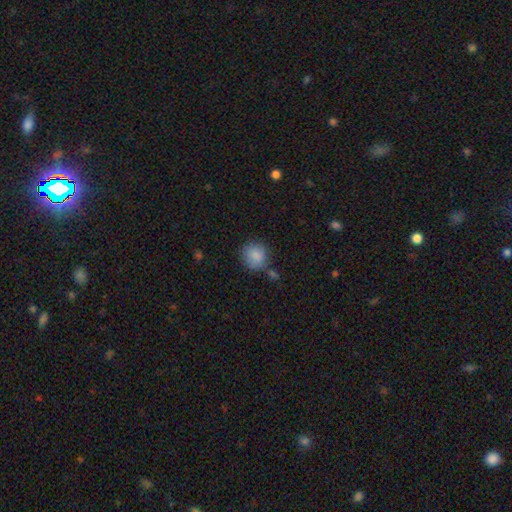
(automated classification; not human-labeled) smooth_or_featured: smooth (p=0.87) [alt: star or artifact p=0.08]
how_rounded: round (p=0.82) [alt: in between p=0.17]
merging: none (p=0.69) [alt: minor disturbance p=0.18]